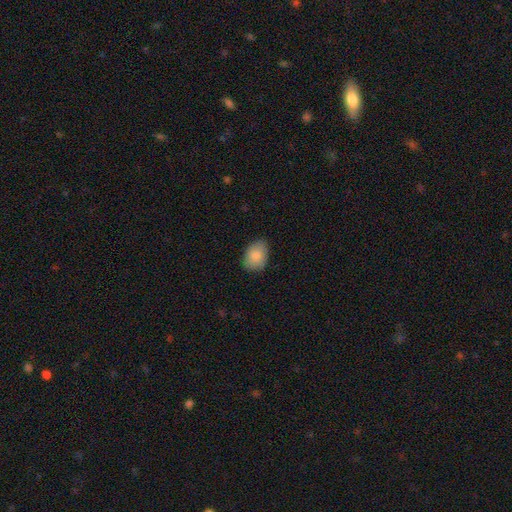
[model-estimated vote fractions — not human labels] Q: Smooth or featured?
A: smooth (86%); runner-up: featured or disk (7%)
Q: How rounded?
A: in between (80%); runner-up: round (19%)
Q: Merging?
A: none (80%); runner-up: minor disturbance (16%)